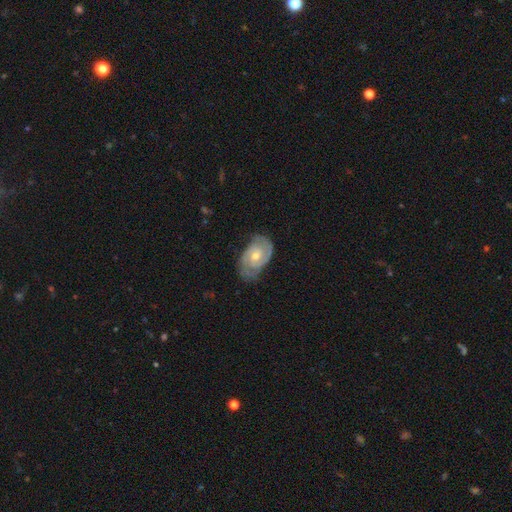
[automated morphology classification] smooth-or-featured: featured or disk: 83% | smooth: 12% | star or artifact: 6%
  disk-edge-on: no: 96% | yes: 4%
    bar: no: 66% | weak: 29% | strong: 6%
    has-spiral-arms: yes: 95% | no: 5%
      spiral-winding: tight: 61% | medium: 32% | loose: 7%
      spiral-arm-count: 2: 76% | can't tell: 11% | 3: 7% | 1: 2% | 4: 2% | more than 4: 2%
    bulge-size: moderate: 62% | small: 33% | large: 3% | none: 1% | dominant: 1%
  merging: none: 74% | minor disturbance: 19% | major disturbance: 5% | merger: 1%